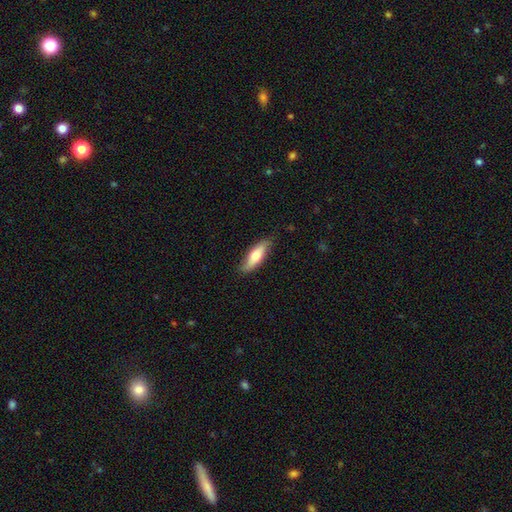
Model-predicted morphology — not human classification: Smooth or featured?
  - smooth: 63% *
  - featured or disk: 32%
  - star or artifact: 5%
How rounded?
  - in between: 54% *
  - cigar-shaped: 43%
  - round: 2%
Merging?
  - none: 80% *
  - minor disturbance: 16%
  - major disturbance: 3%
  - merger: 1%